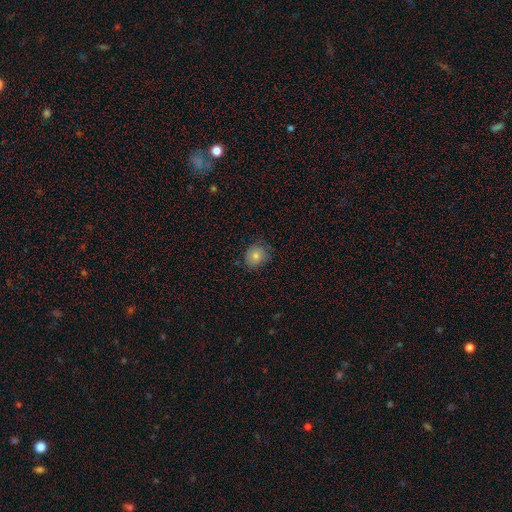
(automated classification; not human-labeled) A smooth galaxy with no disk features (74%) that is round (72%).

Vote fractions:
- Smooth or featured? smooth: 74% / featured or disk: 14% / star or artifact: 12%
- How rounded? round: 72% / in between: 27% / cigar-shaped: 1%
- Merging? none: 79% / minor disturbance: 17% / major disturbance: 4% / merger: 1%